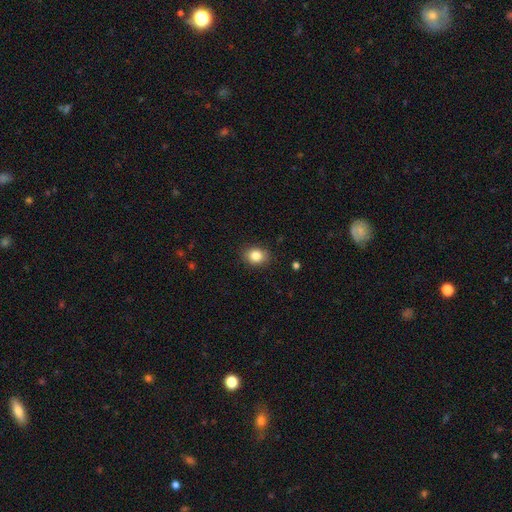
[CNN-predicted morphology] This is clearly a smooth galaxy (84%). How rounded: possibly round (51%). Merging: clearly none (87%).